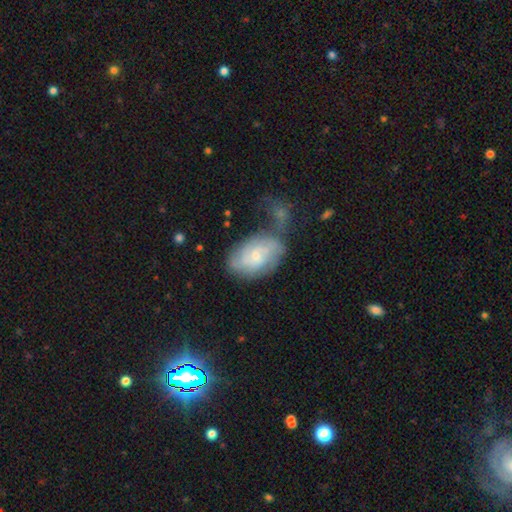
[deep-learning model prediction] A featured or disk galaxy (65%) with no bar (58%), tight (42%) spiral arms (86%) and a small central bulge (66%). Merging: none (42%).